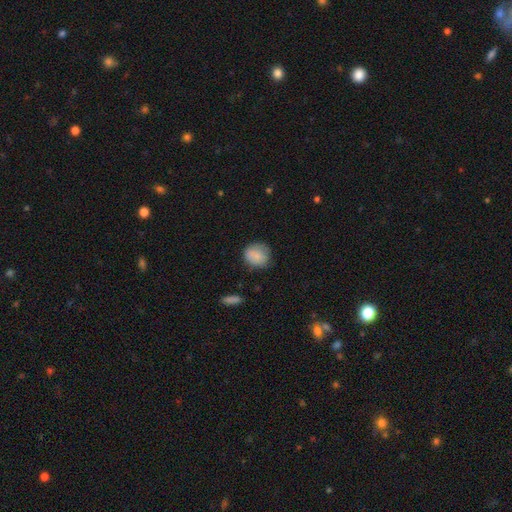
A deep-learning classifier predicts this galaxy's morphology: This is clearly a smooth galaxy (82%). How rounded: likely round (76%). Merging: likely none (71%).